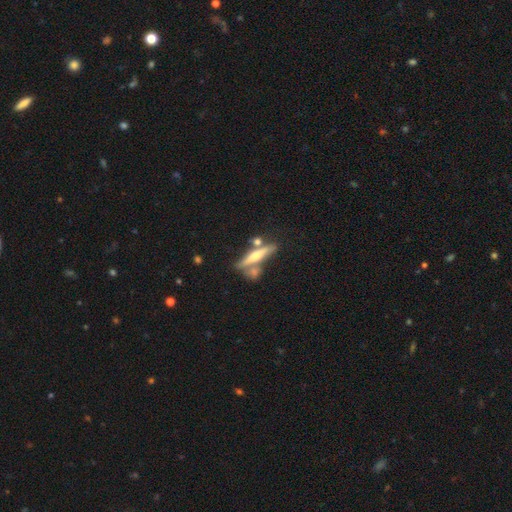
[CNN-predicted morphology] Smooth or featured? Predicted: featured or disk (p=0.58). Edge-on disk? Predicted: yes (p=0.93). Edge-on bulge? Predicted: rounded (p=0.82). Merging? Predicted: none (p=0.59).